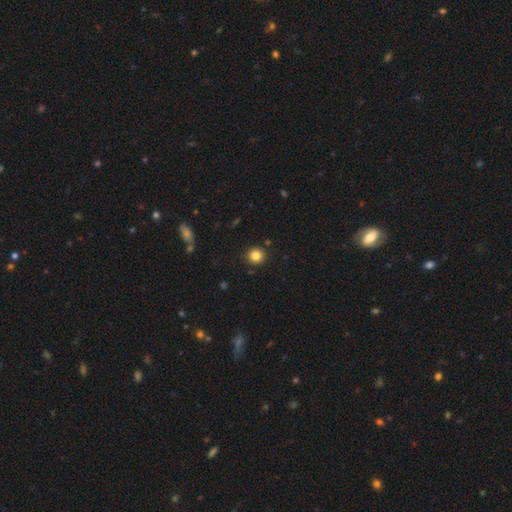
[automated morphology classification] smooth-or-featured: smooth: 83% | star or artifact: 11% | featured or disk: 5%
  how-rounded: round: 93% | in between: 6% | cigar-shaped: 1%
  merging: none: 91% | minor disturbance: 6% | merger: 2% | major disturbance: 2%